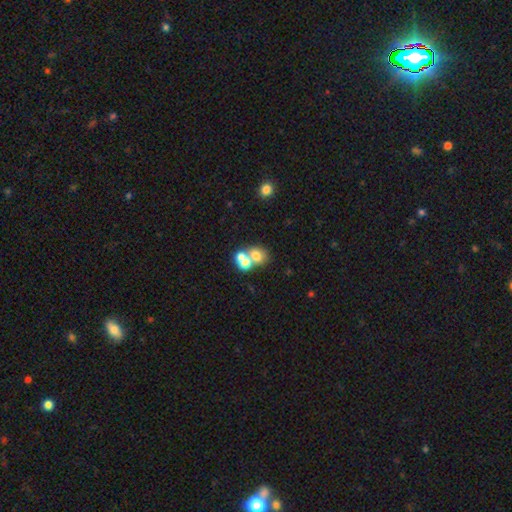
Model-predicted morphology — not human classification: A smooth galaxy with no disk features (63%) that is round (53%).

Vote fractions:
- Smooth or featured? smooth: 63% / featured or disk: 23% / star or artifact: 14%
- How rounded? round: 53% / in between: 46% / cigar-shaped: 1%
- Merging? merger: 57% / none: 31% / minor disturbance: 7% / major disturbance: 5%